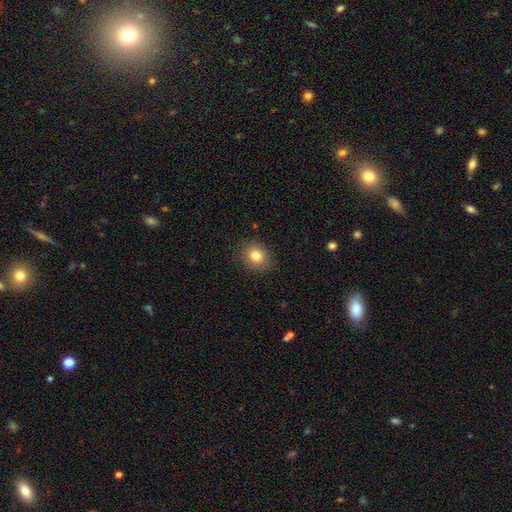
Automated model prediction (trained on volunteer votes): This is clearly a smooth galaxy (81%). How rounded: likely round (61%). Merging: clearly none (87%).